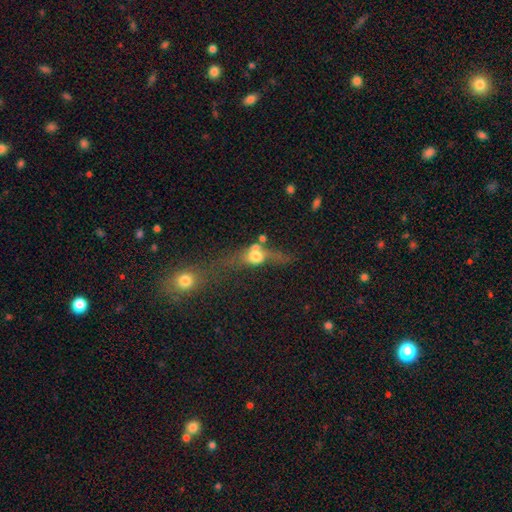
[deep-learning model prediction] Smooth or featured: smooth — 52% (featured or disk — 34%)
How rounded: in between — 46% (round — 39%)
Merging: merger — 38% (major disturbance — 25%)